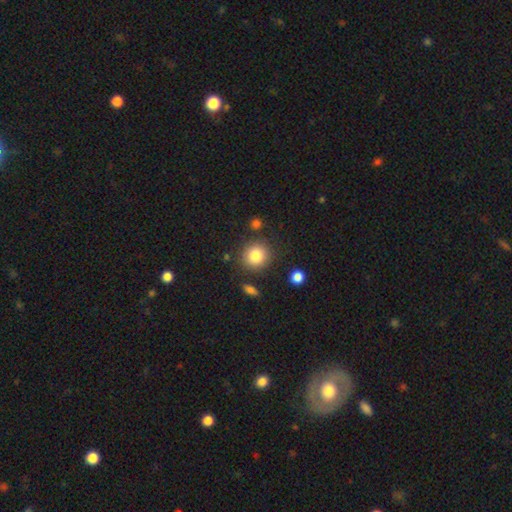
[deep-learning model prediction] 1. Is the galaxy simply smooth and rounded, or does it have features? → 83% smooth, 9% star or artifact, 7% featured or disk.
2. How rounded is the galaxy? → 88% round, 11% in between, 1% cigar-shaped.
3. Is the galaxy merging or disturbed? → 83% none, 9% minor disturbance, 5% merger, 3% major disturbance.